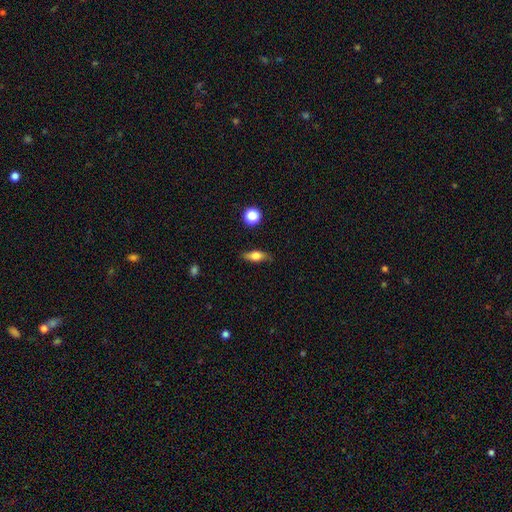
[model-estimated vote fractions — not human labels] smooth-or-featured: smooth: 65% | featured or disk: 27% | star or artifact: 8%
  how-rounded: in between: 63% | cigar-shaped: 29% | round: 8%
  merging: none: 80% | minor disturbance: 15% | major disturbance: 3% | merger: 2%